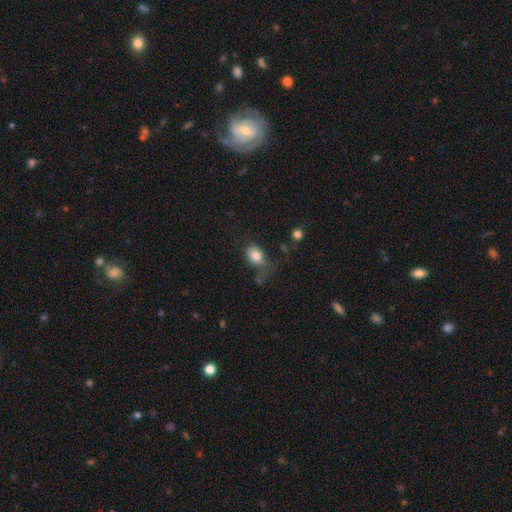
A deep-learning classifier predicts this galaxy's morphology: The model was most divided on "merging": none: 42%, minor disturbance: 29%, major disturbance: 23%, merger: 6%. More confident: smooth or featured — smooth (81%); how rounded — in between (61%).